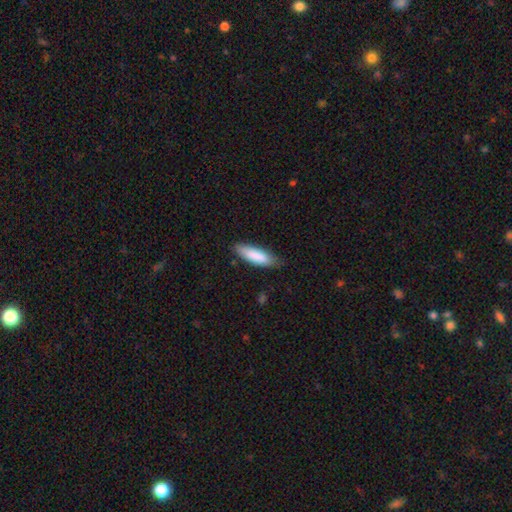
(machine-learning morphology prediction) The model was most divided on "how rounded": in between: 51%, cigar-shaped: 48%, round: 1%. More confident: smooth or featured — smooth (86%); merging — none (79%).